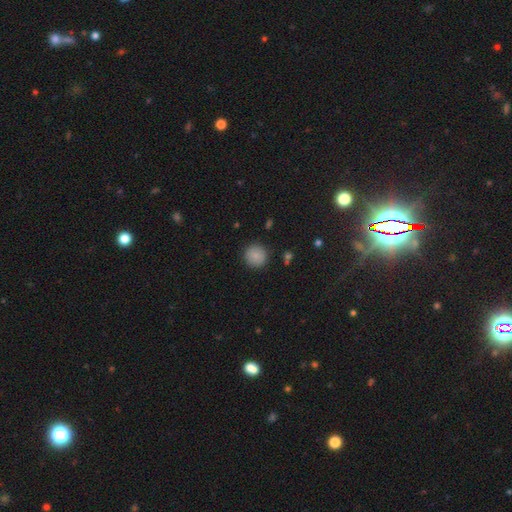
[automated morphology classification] smooth 85%, star or artifact 9%, featured or disk 6%. Down the decision tree: how rounded — round (93%); merging — none (89%).